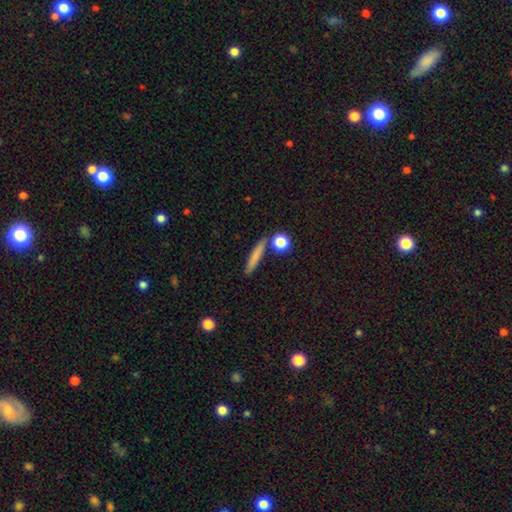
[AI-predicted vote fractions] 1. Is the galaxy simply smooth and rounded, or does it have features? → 75% smooth, 17% featured or disk, 8% star or artifact.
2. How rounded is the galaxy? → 86% cigar-shaped, 8% in between, 6% round.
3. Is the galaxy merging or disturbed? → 81% none, 9% minor disturbance, 7% merger, 3% major disturbance.